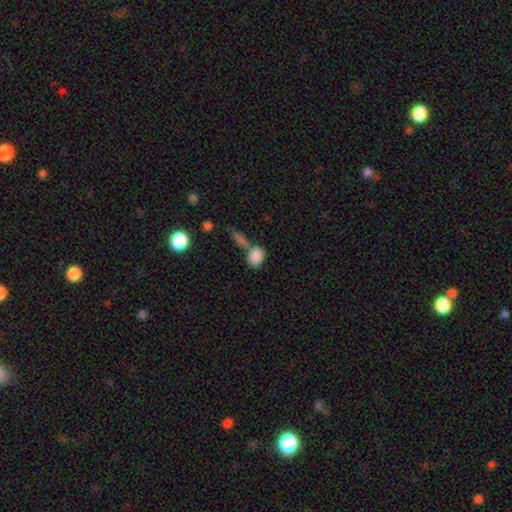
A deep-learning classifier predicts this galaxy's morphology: A smooth galaxy with no disk features (85%) that is in between round and cigar-shaped (69%).

Vote fractions:
- Smooth or featured? smooth: 85% / star or artifact: 9% / featured or disk: 6%
- How rounded? in between: 69% / round: 28% / cigar-shaped: 4%
- Merging? none: 45% / merger: 38% / minor disturbance: 11% / major disturbance: 6%